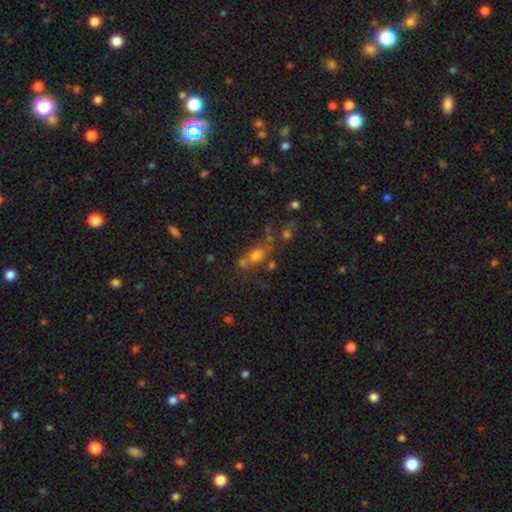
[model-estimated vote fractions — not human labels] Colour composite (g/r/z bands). It shows a smooth galaxy with no disk features (61%) that is round (49%). Merging: none (48%).